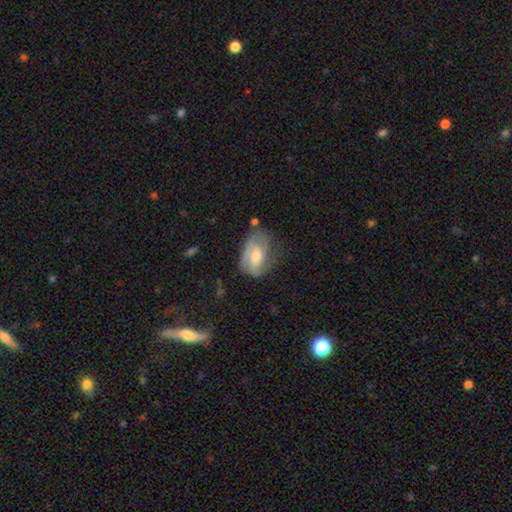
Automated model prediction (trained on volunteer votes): A featured or disk galaxy (55%) with no bar (50%), spiral arms (74%) and a moderate central bulge (58%). Merging: none (49%).